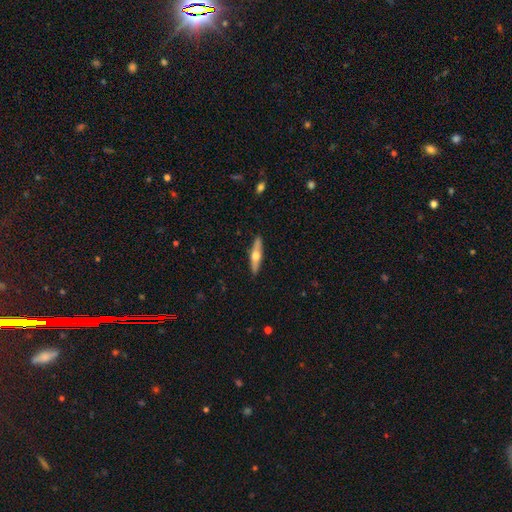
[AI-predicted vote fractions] featured or disk 58%, smooth 37%, star or artifact 5%. Down the decision tree: edge-on disk — yes (93%); edge-on bulge — rounded (95%); merging — none (90%).